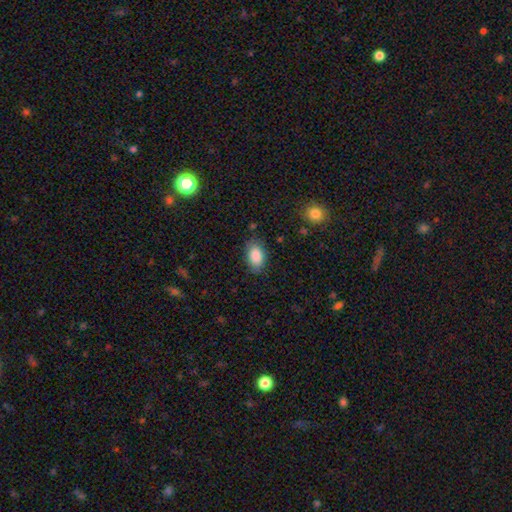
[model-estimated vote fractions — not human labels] Q: Smooth or featured?
A: smooth (87%); runner-up: star or artifact (7%)
Q: How rounded?
A: in between (92%); runner-up: round (6%)
Q: Merging?
A: none (81%); runner-up: minor disturbance (14%)